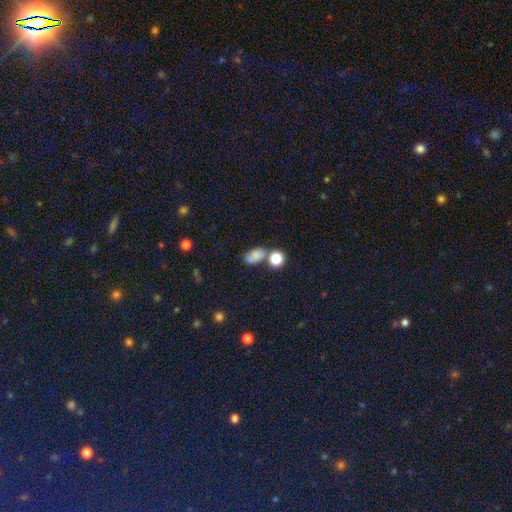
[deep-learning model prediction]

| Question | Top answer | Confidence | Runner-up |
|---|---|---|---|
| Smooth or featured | smooth | 73% | star or artifact (15%) |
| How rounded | in between | 73% | round (24%) |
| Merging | none | 51% | merger (23%) |